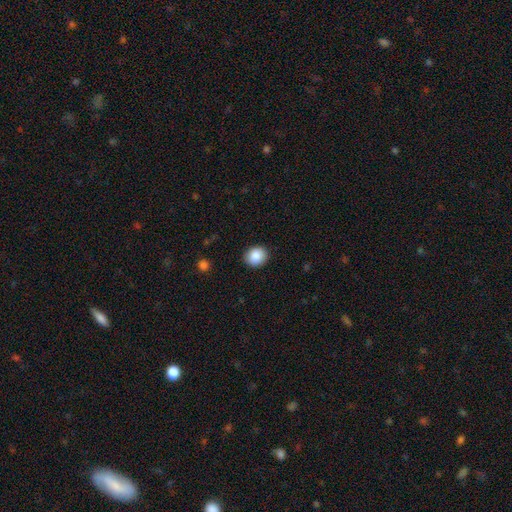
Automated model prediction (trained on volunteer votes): This is clearly a smooth galaxy (87%). How rounded: likely round (74%). Merging: clearly none (90%).